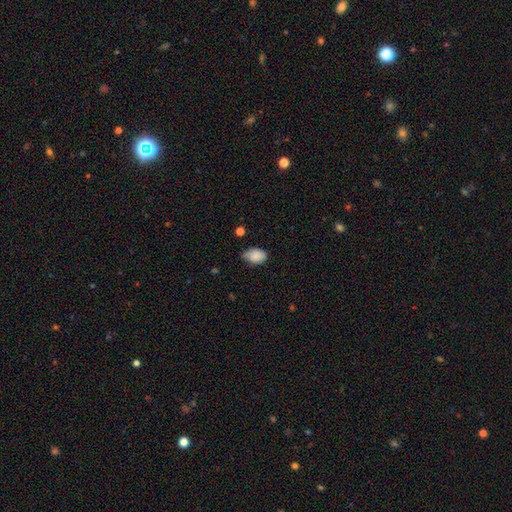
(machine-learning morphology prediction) smooth 86%, star or artifact 8%, featured or disk 6%. Down the decision tree: how rounded — in between (86%); merging — none (51%).